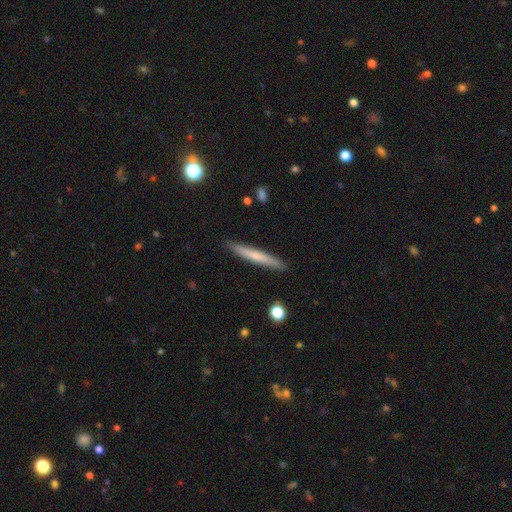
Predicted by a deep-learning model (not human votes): A smooth galaxy with no disk features (63%) that is cigar-shaped (96%). Merging: none (90%).